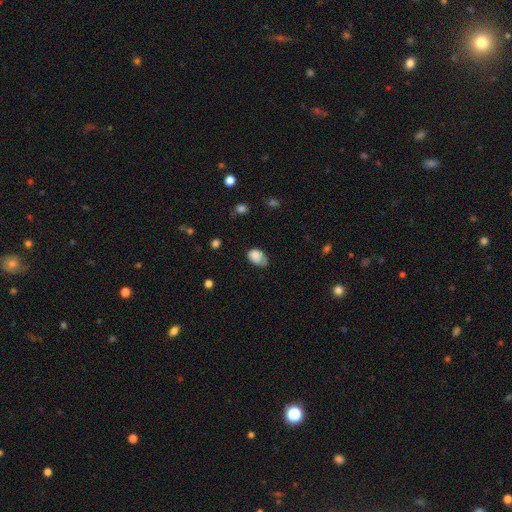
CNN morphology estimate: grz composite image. It shows a smooth galaxy with no disk features (81%) that is in between round and cigar-shaped (82%). Merging: none (45%).